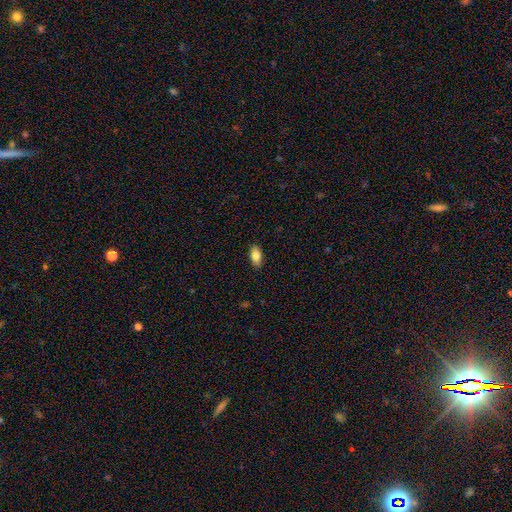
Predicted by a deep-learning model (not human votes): Smooth or featured? Predicted: smooth (p=0.82). How rounded? Predicted: in between (p=0.90). Merging? Predicted: none (p=0.88).